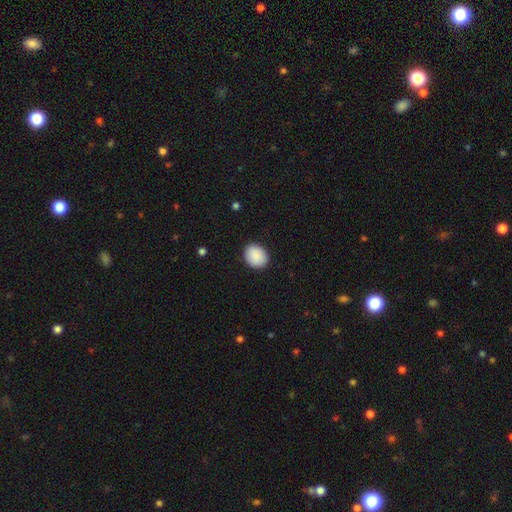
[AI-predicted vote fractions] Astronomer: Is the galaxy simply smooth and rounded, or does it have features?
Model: smooth — 90%.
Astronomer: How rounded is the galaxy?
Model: round — 56% (runner-up: in between, 44%).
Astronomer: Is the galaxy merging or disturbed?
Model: none — 89%.